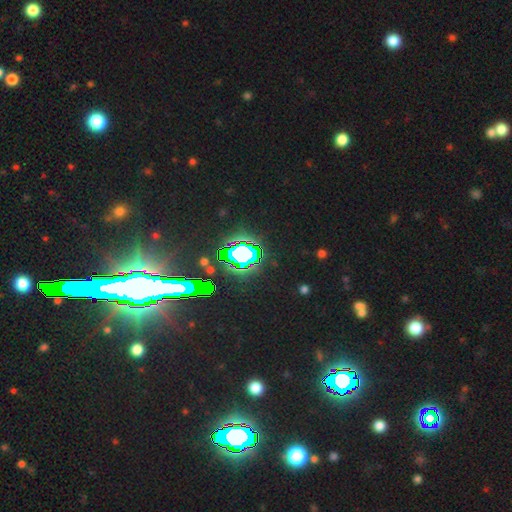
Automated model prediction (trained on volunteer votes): star or artifact 82%, smooth 9%, featured or disk 8%.